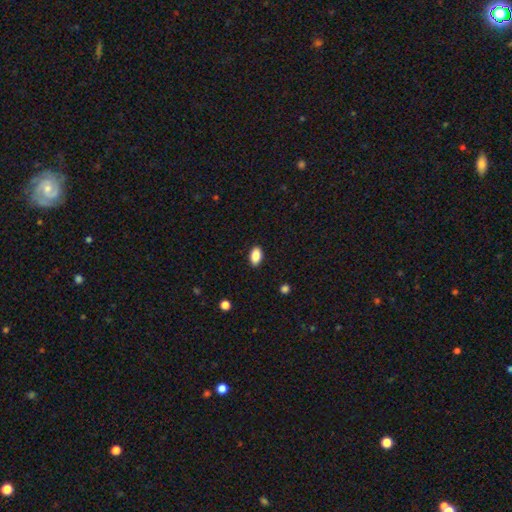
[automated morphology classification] A smooth galaxy with no disk features (89%) that is in between round and cigar-shaped (93%). Merging: none (89%).